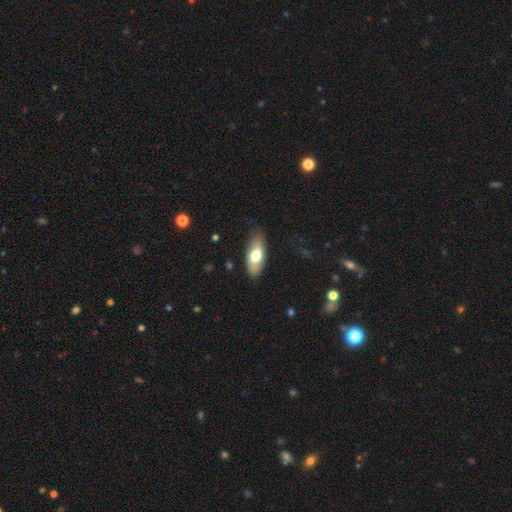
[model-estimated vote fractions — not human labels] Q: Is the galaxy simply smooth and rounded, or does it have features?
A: smooth — 66%.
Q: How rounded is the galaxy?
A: in between — 83%.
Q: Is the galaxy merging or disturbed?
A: none — 77%.